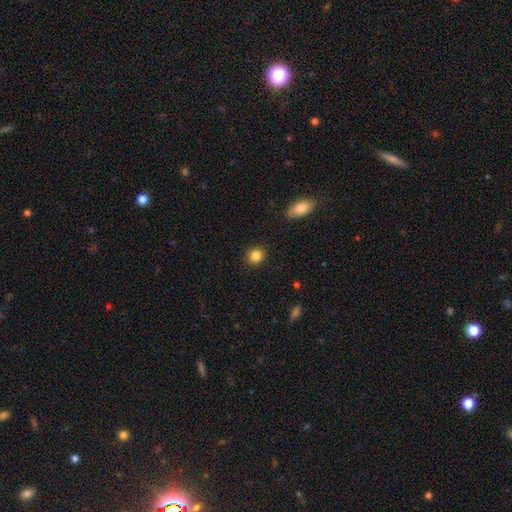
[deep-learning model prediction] Smooth or featured? Predicted: smooth (p=0.86). How rounded? Predicted: round (p=0.81). Merging? Predicted: none (p=0.90).